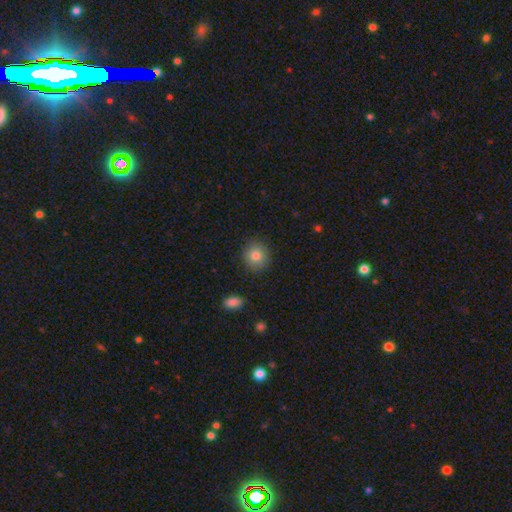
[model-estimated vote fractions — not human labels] A smooth galaxy with no disk features (82%) that is round (89%). Merging: none (90%).